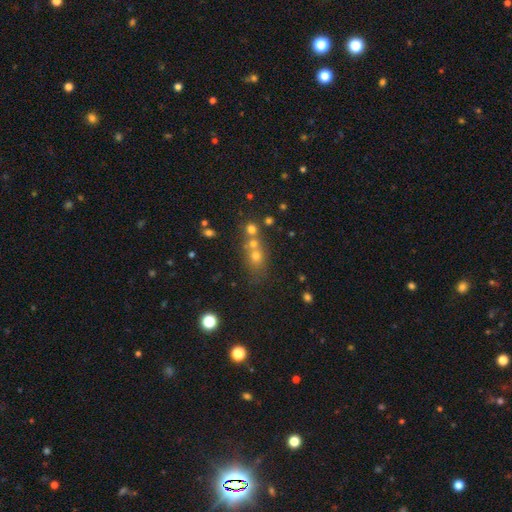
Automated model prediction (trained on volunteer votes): smooth-or-featured: smooth: 59% | star or artifact: 22% | featured or disk: 18%
  how-rounded: round: 64% | in between: 34% | cigar-shaped: 3%
  merging: merger: 44% | none: 42% | minor disturbance: 9% | major disturbance: 5%